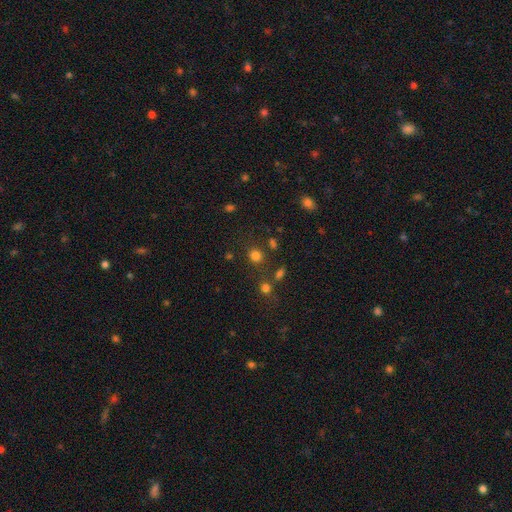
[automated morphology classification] Smooth or featured? Predicted: smooth (p=0.77). How rounded? Predicted: round (p=0.80). Merging? Predicted: none (p=0.76).